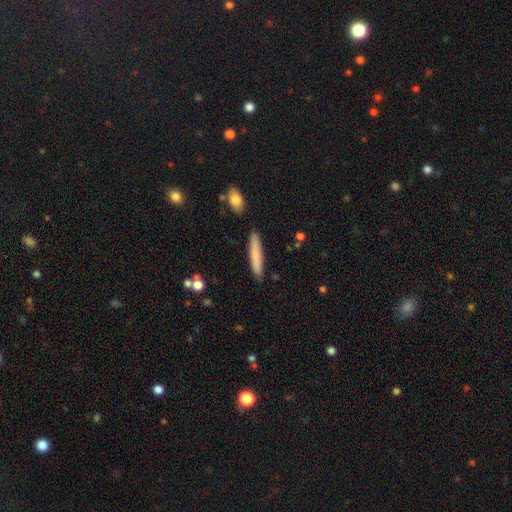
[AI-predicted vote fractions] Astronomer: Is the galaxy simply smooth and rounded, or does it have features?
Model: smooth — 77%.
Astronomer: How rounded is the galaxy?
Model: cigar-shaped — 92%.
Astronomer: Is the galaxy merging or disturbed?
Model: none — 88%.